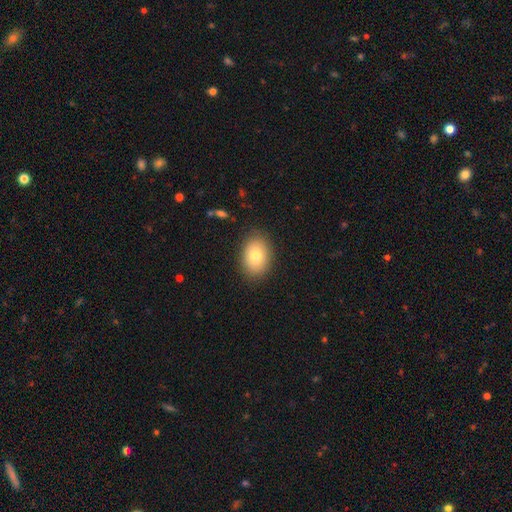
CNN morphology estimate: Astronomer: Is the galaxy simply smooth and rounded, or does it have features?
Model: smooth — 78%.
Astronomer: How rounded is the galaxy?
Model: in between — 82%.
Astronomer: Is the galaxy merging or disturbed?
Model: none — 86%.